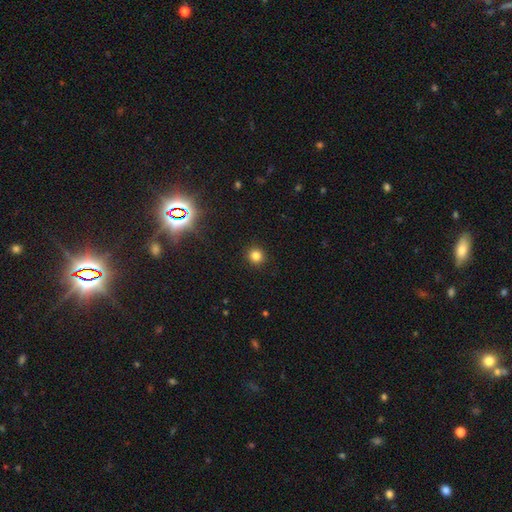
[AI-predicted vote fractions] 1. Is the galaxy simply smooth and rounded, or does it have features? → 81% smooth, 15% star or artifact, 5% featured or disk.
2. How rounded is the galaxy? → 93% round, 6% in between, 1% cigar-shaped.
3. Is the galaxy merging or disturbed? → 92% none, 5% minor disturbance, 2% major disturbance, 1% merger.